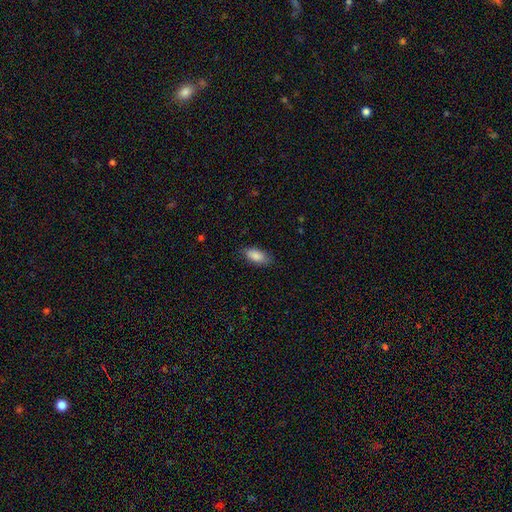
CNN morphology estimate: Smooth or featured? Predicted: smooth (p=0.86). How rounded? Predicted: in between (p=0.87). Merging? Predicted: none (p=0.81).